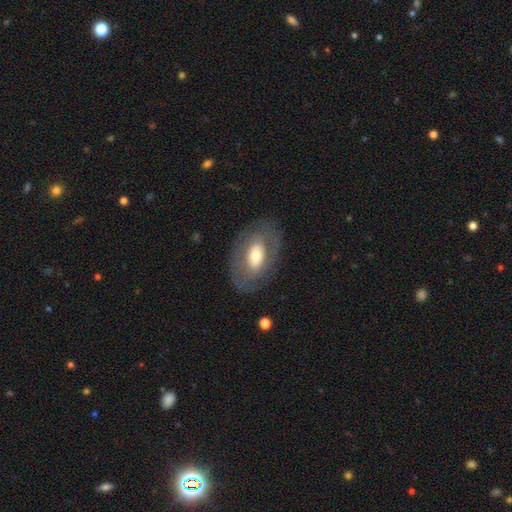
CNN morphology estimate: featured or disk 49%, smooth 45%, star or artifact 6%. Down the decision tree: merging — none (80%).